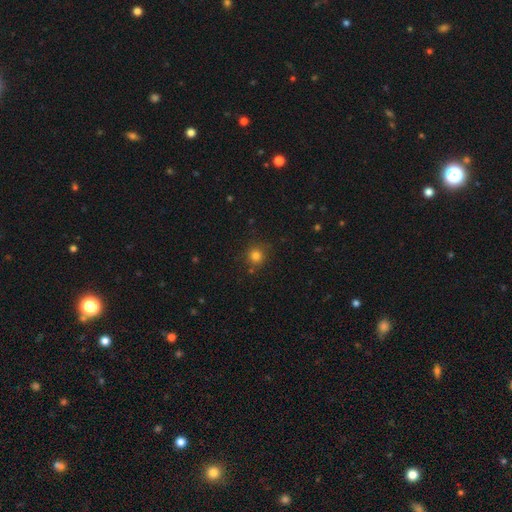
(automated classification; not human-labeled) smooth-or-featured: smooth: 79% | star or artifact: 15% | featured or disk: 6%
  how-rounded: round: 92% | in between: 7% | cigar-shaped: 1%
  merging: none: 84% | minor disturbance: 9% | merger: 3% | major disturbance: 3%